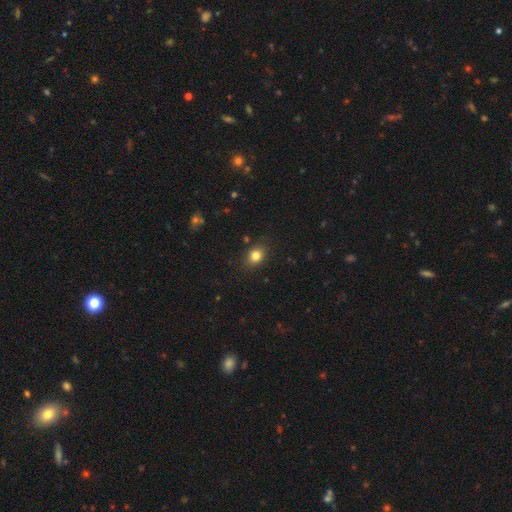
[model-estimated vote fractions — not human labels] Smooth or featured? smooth (82%)
How rounded? in between (54%)
Merging? none (85%)